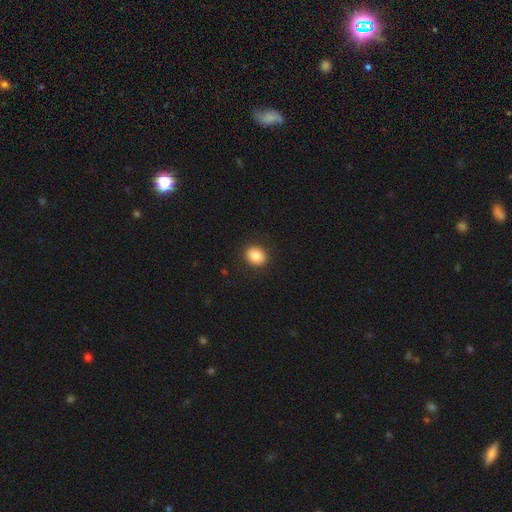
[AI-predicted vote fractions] smooth-or-featured: smooth: 86% | star or artifact: 9% | featured or disk: 5%
  how-rounded: round: 57% | in between: 42% | cigar-shaped: 1%
  merging: none: 89% | minor disturbance: 7% | major disturbance: 2% | merger: 1%